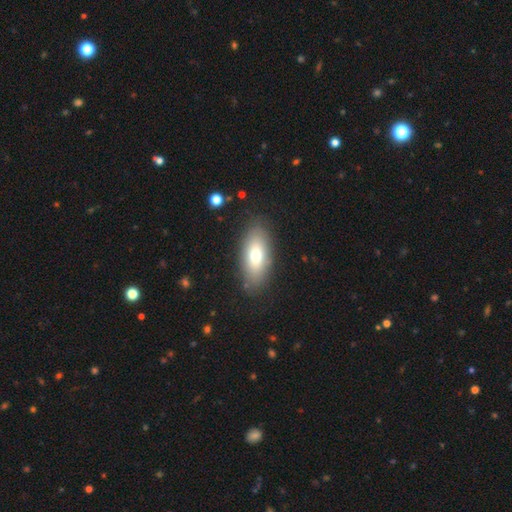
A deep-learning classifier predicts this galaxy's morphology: smooth_or_featured: smooth (p=0.71) [alt: featured or disk p=0.21]
how_rounded: in between (p=0.86) [alt: cigar-shaped p=0.10]
merging: none (p=0.84) [alt: minor disturbance p=0.11]